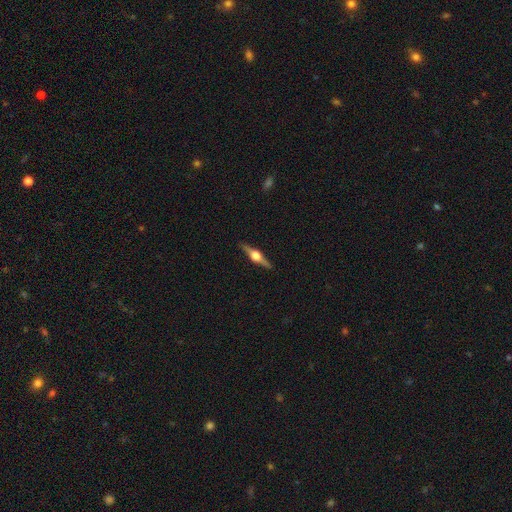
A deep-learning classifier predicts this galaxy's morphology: The model was most divided on "smooth or featured": featured or disk: 82%, smooth: 12%, star or artifact: 5%. More confident: edge-on disk — yes (98%); edge-on bulge — rounded (95%); merging — none (91%).